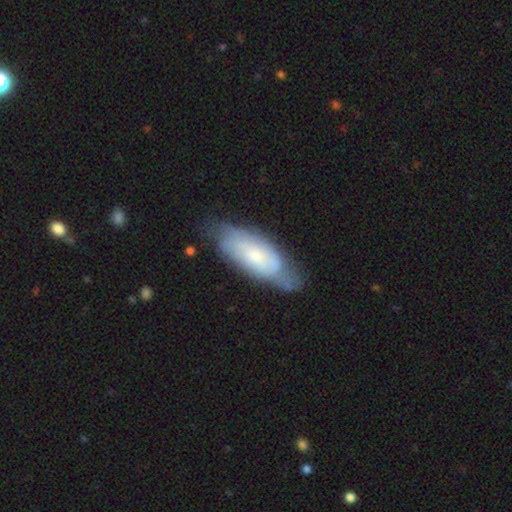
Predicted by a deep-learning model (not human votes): The model was most divided on "smooth or featured": featured or disk: 55%, smooth: 39%, star or artifact: 6%. More confident: edge-on disk — no (85%); merging — none (58%).